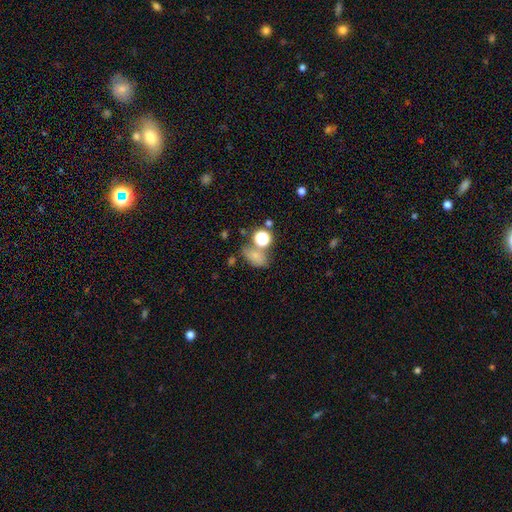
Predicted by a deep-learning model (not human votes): This is likely a smooth galaxy (68%). How rounded: likely in between (70%). Merging: possibly none (50%).